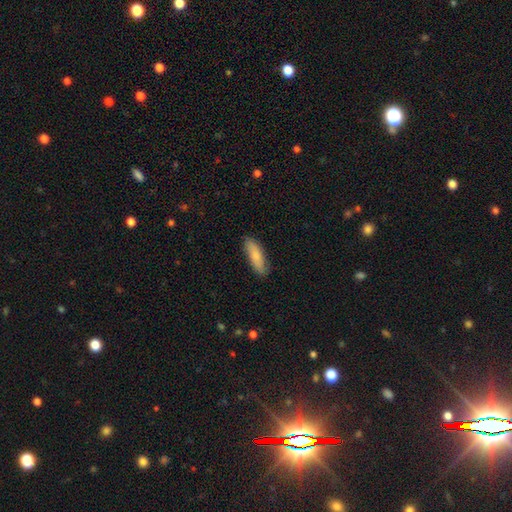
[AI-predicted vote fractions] Q: Smooth or featured?
A: smooth (74%); runner-up: featured or disk (20%)
Q: How rounded?
A: in between (49%); tied with: cigar-shaped (49%)
Q: Merging?
A: none (85%); runner-up: minor disturbance (12%)